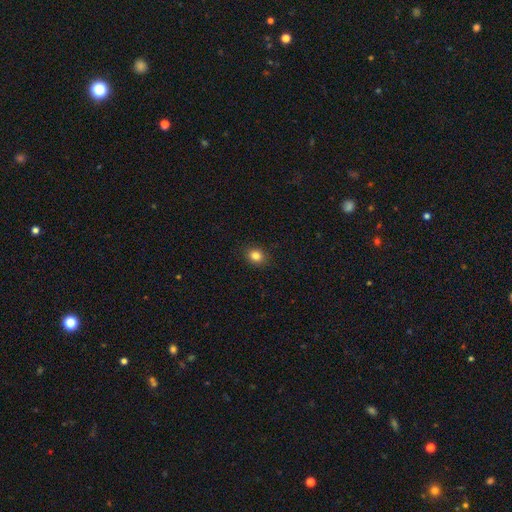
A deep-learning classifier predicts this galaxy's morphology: Smooth or featured? Predicted: smooth (p=0.83). How rounded? Predicted: round (p=0.67). Merging? Predicted: none (p=0.90).